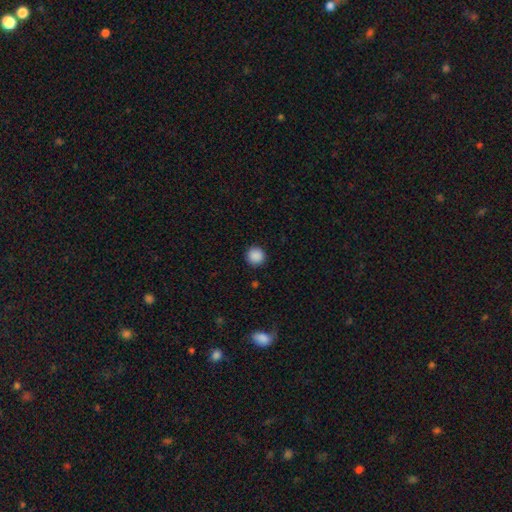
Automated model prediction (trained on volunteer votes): Smooth or featured? smooth (88%)
How rounded? round (95%)
Merging? none (91%)